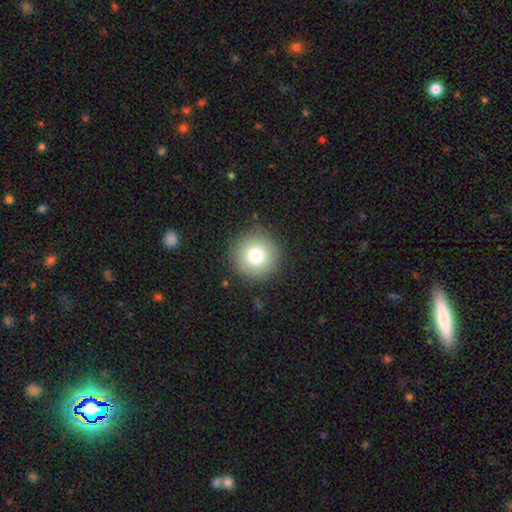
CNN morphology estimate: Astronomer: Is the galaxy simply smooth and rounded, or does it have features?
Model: smooth — 78%.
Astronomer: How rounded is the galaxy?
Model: round — 96%.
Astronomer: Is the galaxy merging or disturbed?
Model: none — 90%.